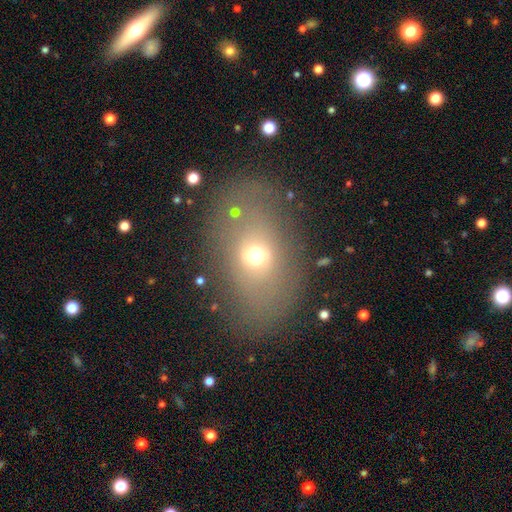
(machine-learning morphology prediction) Smooth or featured? smooth (57%)
How rounded? in between (77%)
Merging? none (76%)